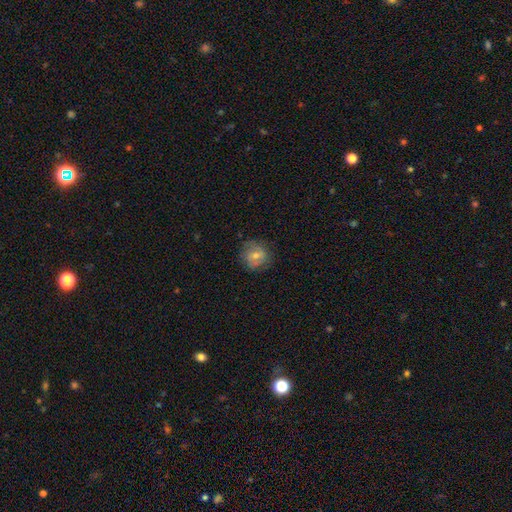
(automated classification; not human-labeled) smooth-or-featured: smooth: 50% | featured or disk: 37% | star or artifact: 13%
  merging: none: 79% | minor disturbance: 15% | major disturbance: 5% | merger: 1%